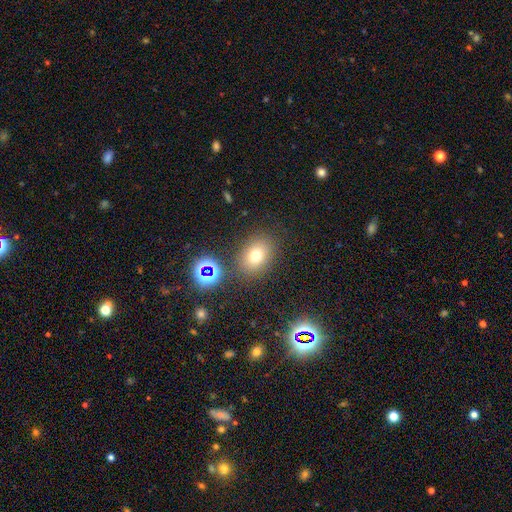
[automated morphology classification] A smooth galaxy with no disk features (72%) that is in between round and cigar-shaped (56%). Merging: none (82%).